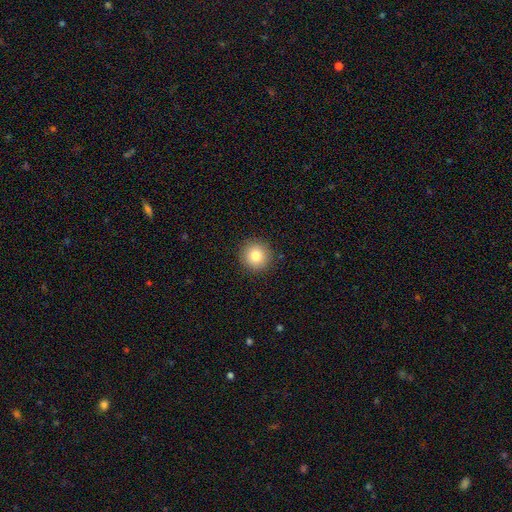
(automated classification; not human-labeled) A smooth galaxy with no disk features (81%) that is round (94%). Merging: none (91%).